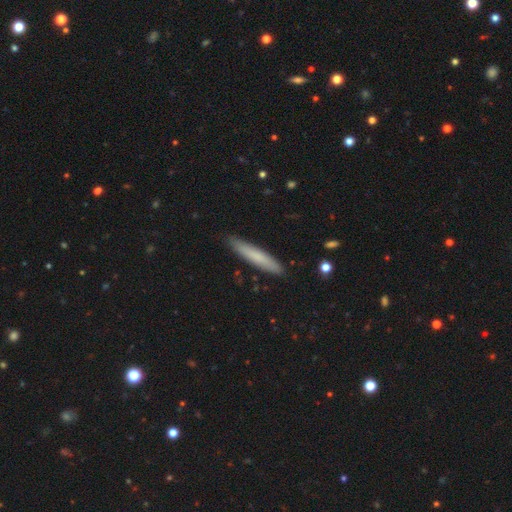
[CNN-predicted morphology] This appears to be a smooth galaxy with no disk features (71%) that is cigar-shaped (92%). Merging: none (88%).